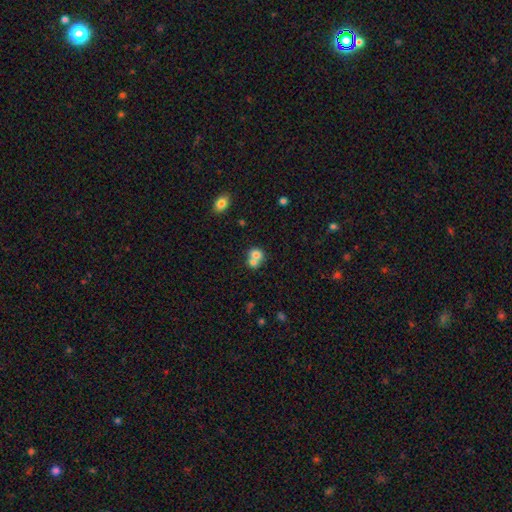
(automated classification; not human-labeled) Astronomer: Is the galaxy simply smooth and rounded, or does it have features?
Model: smooth — 74%.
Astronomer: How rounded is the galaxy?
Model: round — 73%.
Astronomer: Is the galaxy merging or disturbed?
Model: merger — 61%.